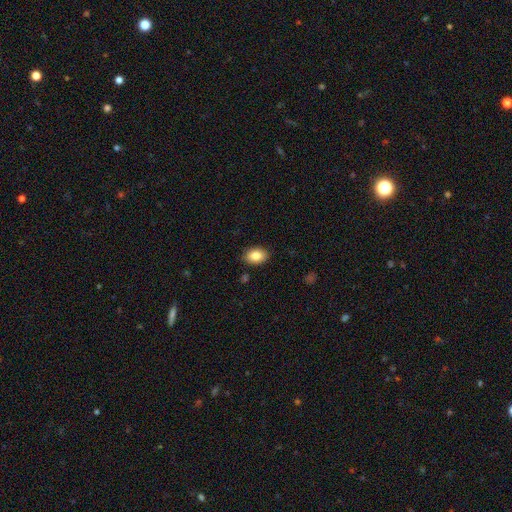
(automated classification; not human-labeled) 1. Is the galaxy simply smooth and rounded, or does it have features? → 85% smooth, 8% star or artifact, 7% featured or disk.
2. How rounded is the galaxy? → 83% in between, 16% round, 1% cigar-shaped.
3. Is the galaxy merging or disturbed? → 87% none, 10% minor disturbance, 2% major disturbance, 1% merger.